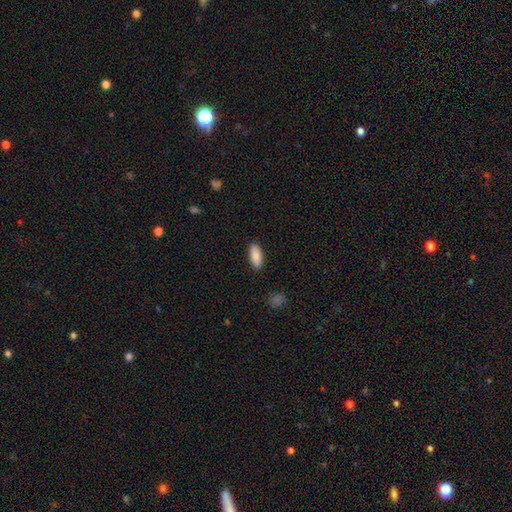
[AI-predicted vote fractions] smooth 85%, featured or disk 9%, star or artifact 6%. Down the decision tree: how rounded — in between (84%); merging — none (89%).